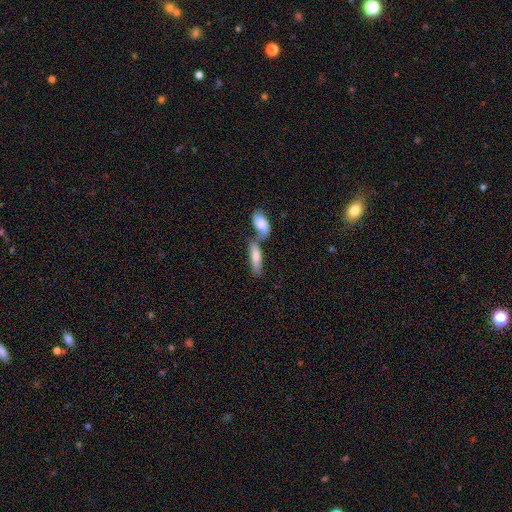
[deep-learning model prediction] smooth_or_featured: smooth (p=0.72) [alt: featured or disk p=0.22]
how_rounded: in between (p=0.52) [alt: cigar-shaped p=0.45]
merging: merger (p=0.51) [alt: none p=0.36]